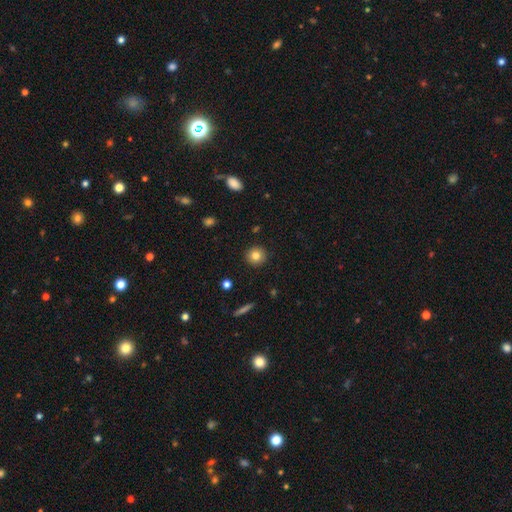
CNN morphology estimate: smooth 82%, star or artifact 10%, featured or disk 8%. Down the decision tree: how rounded — round (93%); merging — none (92%).